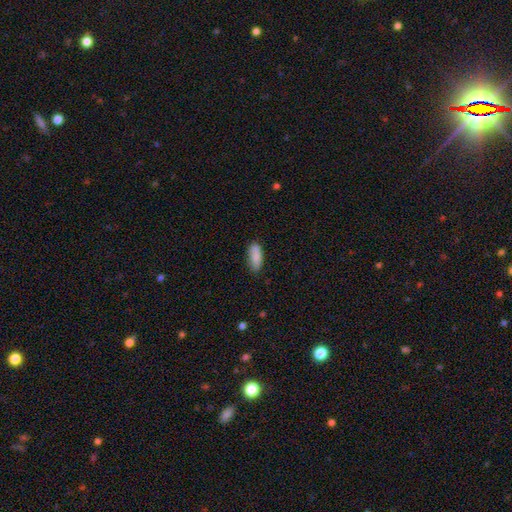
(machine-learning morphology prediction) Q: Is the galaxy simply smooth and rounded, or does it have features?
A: smooth — 86%.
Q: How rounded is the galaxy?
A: in between — 79%.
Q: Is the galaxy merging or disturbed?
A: none — 78%.